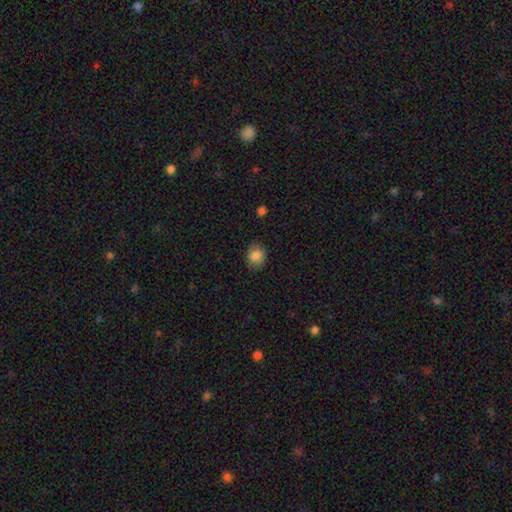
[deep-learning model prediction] A smooth galaxy with no disk features (84%) that is round (54%).

Vote fractions:
- Smooth or featured? smooth: 84% / star or artifact: 9% / featured or disk: 7%
- How rounded? round: 54% / in between: 45% / cigar-shaped: 1%
- Merging? none: 84% / minor disturbance: 12% / major disturbance: 3% / merger: 1%